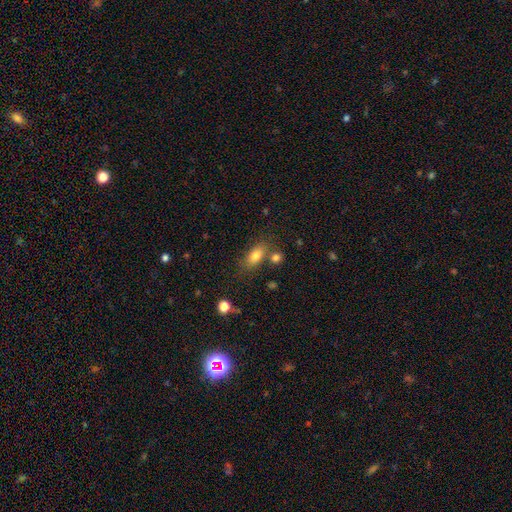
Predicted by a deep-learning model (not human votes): Morphology: type=smooth (79%); roundness=in between (82%); merging=none (67%).